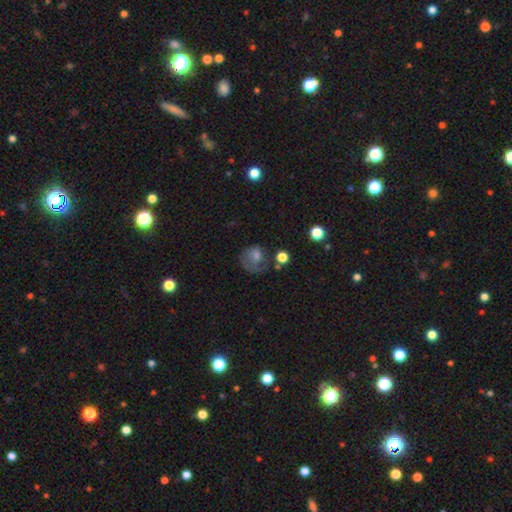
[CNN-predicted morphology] smooth-or-featured: smooth: 50% | featured or disk: 33% | star or artifact: 17%
  merging: none: 40% | major disturbance: 32% | minor disturbance: 23% | merger: 5%